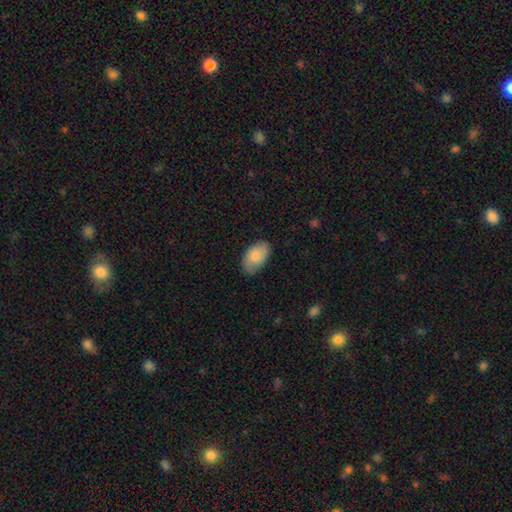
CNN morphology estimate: Smooth or featured? smooth (83%)
How rounded? in between (94%)
Merging? none (74%)